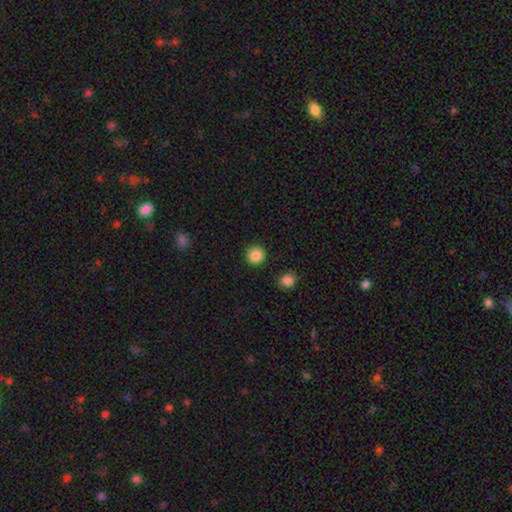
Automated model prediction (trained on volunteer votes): This is clearly a smooth galaxy (86%). How rounded: clearly round (93%). Merging: clearly none (90%).